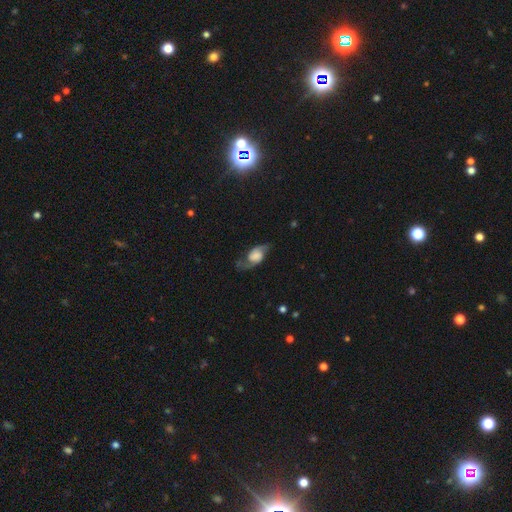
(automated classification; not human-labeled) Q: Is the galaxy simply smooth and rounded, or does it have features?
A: featured or disk — 70%.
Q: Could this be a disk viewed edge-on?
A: no — 92%.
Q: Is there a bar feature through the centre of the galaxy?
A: no — 54%.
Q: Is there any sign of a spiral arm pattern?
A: yes — 91%.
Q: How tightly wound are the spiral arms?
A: loose — 50%.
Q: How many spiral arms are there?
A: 2 — 89%.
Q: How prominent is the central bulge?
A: large — 34%.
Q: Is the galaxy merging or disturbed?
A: none — 65%.